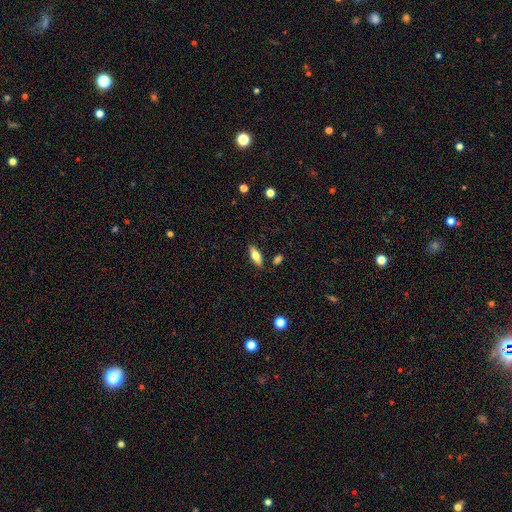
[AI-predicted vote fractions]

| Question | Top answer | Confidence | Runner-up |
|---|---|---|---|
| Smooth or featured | smooth | 66% | featured or disk (27%) |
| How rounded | in between | 66% | cigar-shaped (32%) |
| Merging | none | 84% | minor disturbance (10%) |